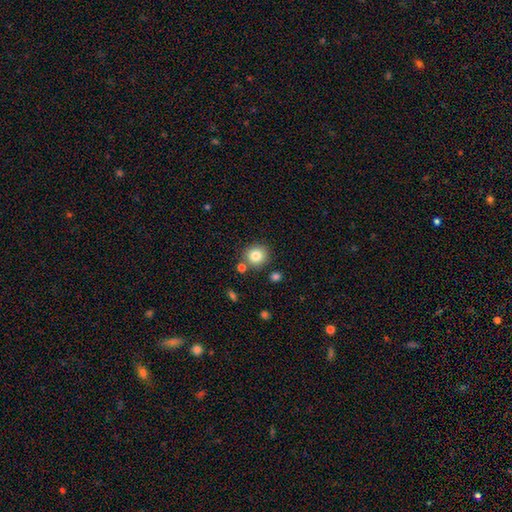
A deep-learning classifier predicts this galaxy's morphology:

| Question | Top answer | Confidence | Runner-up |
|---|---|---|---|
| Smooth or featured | smooth | 83% | star or artifact (10%) |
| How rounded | round | 89% | in between (10%) |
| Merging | none | 79% | merger (9%) |